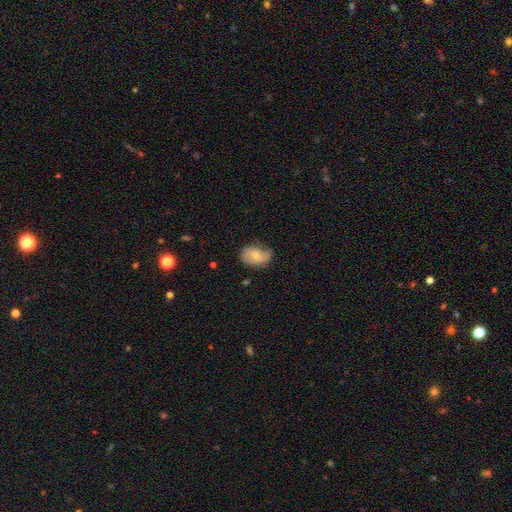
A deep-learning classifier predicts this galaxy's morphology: This appears to be a smooth galaxy with no disk features (56%) that is in between round and cigar-shaped (78%). Merging: none (51%).